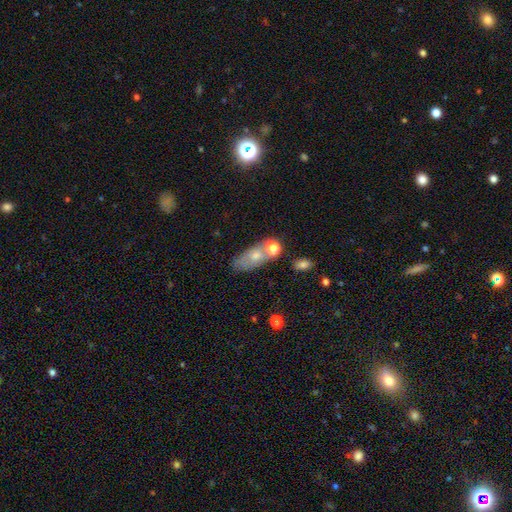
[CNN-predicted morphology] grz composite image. It shows a smooth galaxy with no disk features (62%) that is in between round and cigar-shaped (74%). Merging: none (45%).